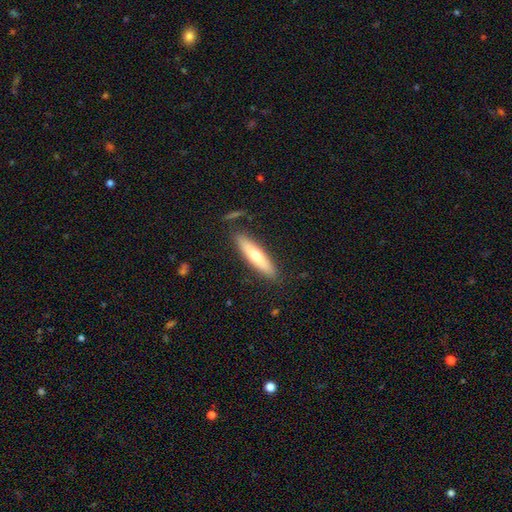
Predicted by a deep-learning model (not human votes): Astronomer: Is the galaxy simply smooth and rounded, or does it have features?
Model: smooth — 58% (runner-up: featured or disk, 36%).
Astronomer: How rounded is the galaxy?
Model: cigar-shaped — 77%.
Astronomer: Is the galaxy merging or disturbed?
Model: none — 85%.